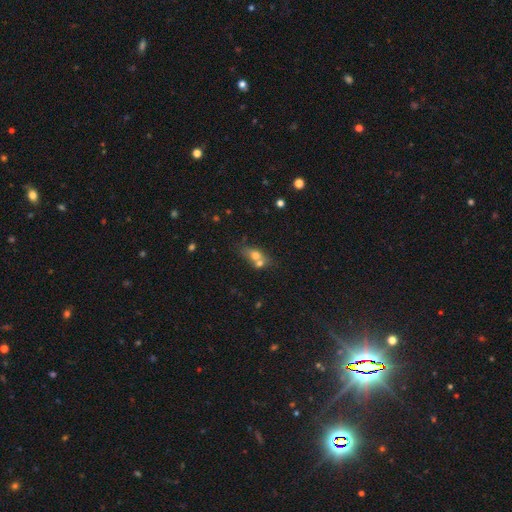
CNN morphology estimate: smooth 65%, featured or disk 24%, star or artifact 12%. Down the decision tree: how rounded — in between (63%); merging — merger (47%).